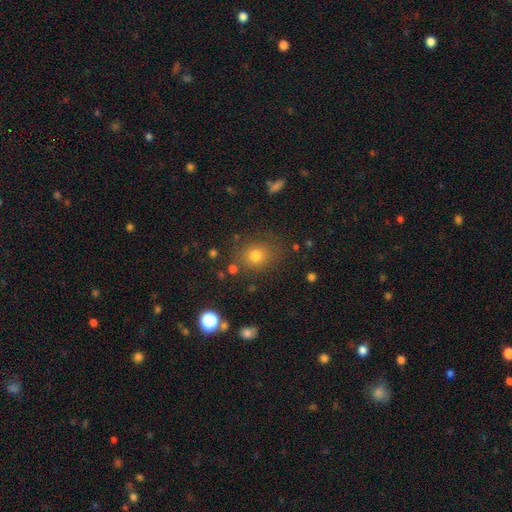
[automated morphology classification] A smooth galaxy with no disk features (75%) that is round (74%).

Vote fractions:
- Smooth or featured? smooth: 75% / star or artifact: 17% / featured or disk: 8%
- How rounded? round: 74% / in between: 25% / cigar-shaped: 1%
- Merging? none: 80% / minor disturbance: 12% / major disturbance: 5% / merger: 4%